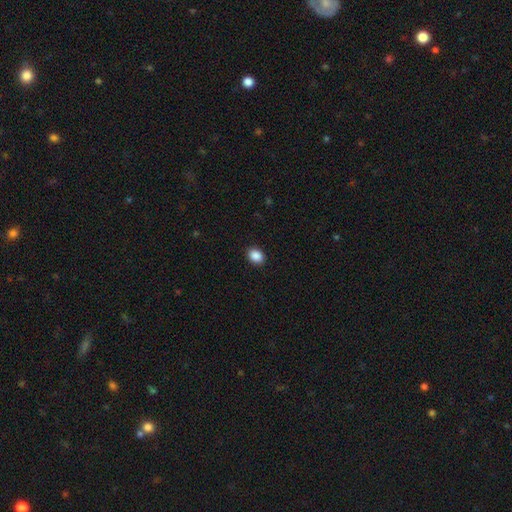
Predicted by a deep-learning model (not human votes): Smooth or featured? Predicted: smooth (p=0.89). How rounded? Predicted: in between (p=0.59). Merging? Predicted: none (p=0.91).